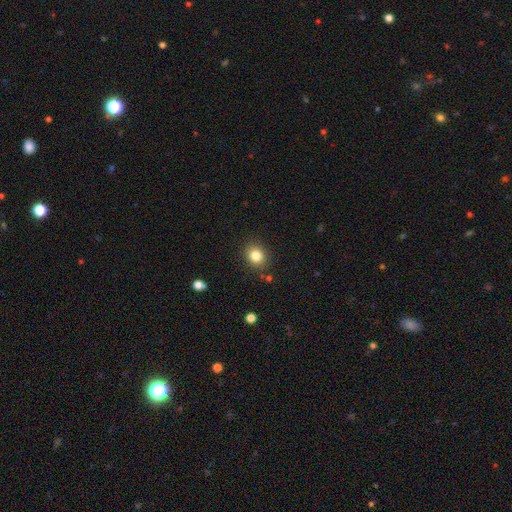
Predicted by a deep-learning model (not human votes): smooth 83%, star or artifact 11%, featured or disk 6%. Down the decision tree: how rounded — round (68%); merging — none (86%).